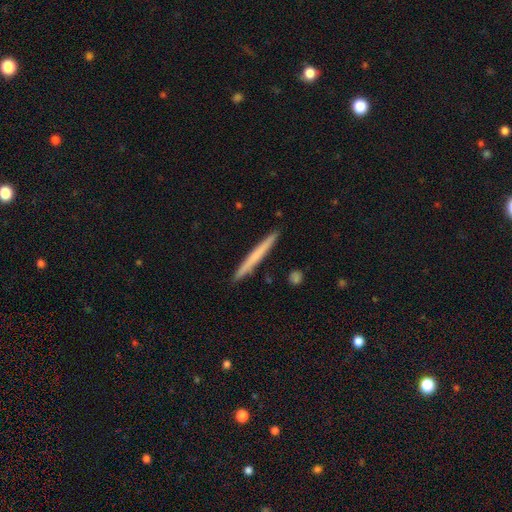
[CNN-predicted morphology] smooth 60%, featured or disk 35%, star or artifact 5%. Down the decision tree: how rounded — cigar-shaped (97%); merging — none (92%).